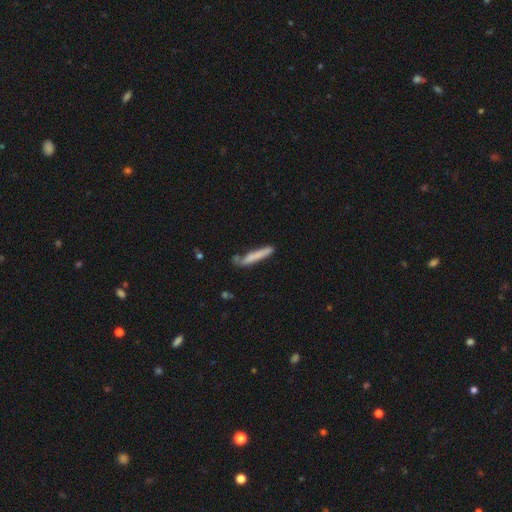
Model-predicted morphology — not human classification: Smooth or featured: smooth — 70% (featured or disk — 24%)
How rounded: cigar-shaped — 94% (in between — 4%)
Merging: none — 70% (minor disturbance — 20%)